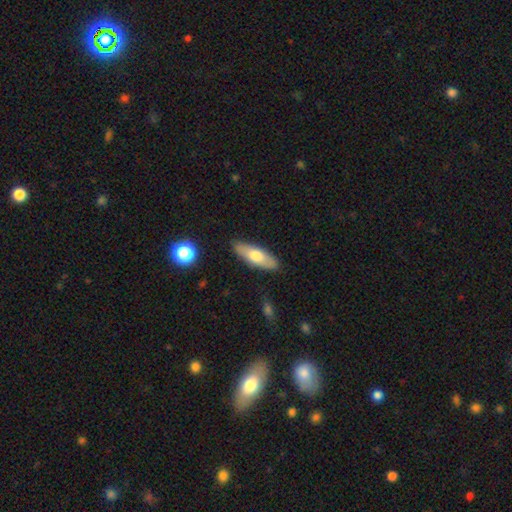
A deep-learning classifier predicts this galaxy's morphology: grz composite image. It shows a smooth galaxy with no disk features (65%) that is in between round and cigar-shaped (60%). Merging: none (86%).